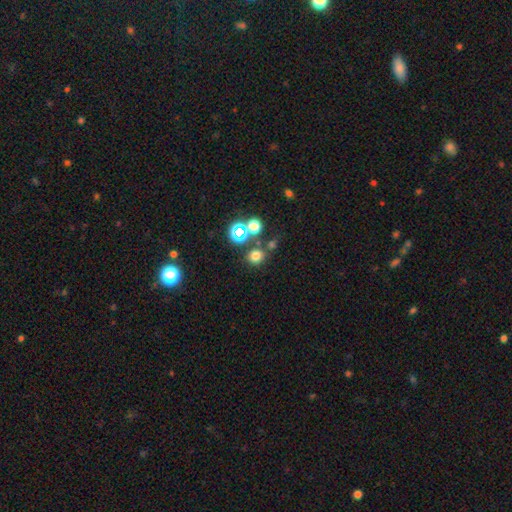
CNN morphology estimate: smooth-or-featured: smooth: 72% | star or artifact: 22% | featured or disk: 7%
  how-rounded: round: 84% | in between: 15% | cigar-shaped: 1%
  merging: none: 73% | merger: 14% | minor disturbance: 9% | major disturbance: 4%